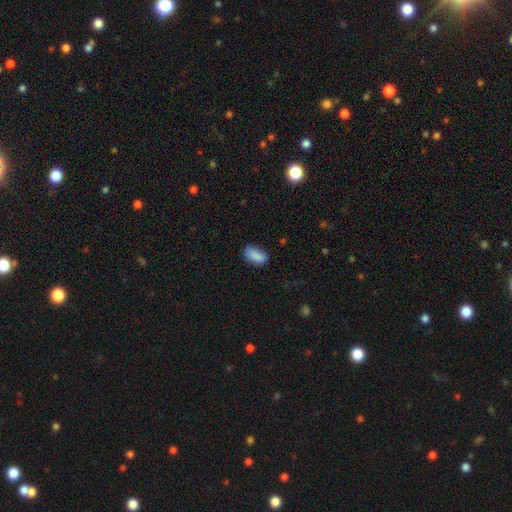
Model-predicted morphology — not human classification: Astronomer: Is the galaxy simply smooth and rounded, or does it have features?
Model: smooth — 87%.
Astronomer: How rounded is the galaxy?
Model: in between — 90%.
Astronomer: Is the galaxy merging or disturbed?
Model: none — 71%.